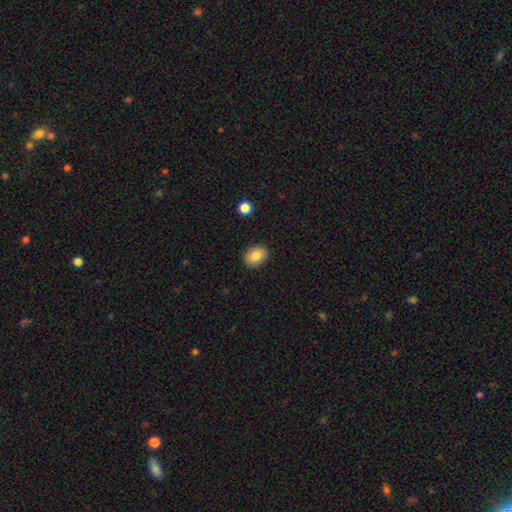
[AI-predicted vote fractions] A smooth galaxy with no disk features (83%) that is in between round and cigar-shaped (67%). Merging: none (89%).